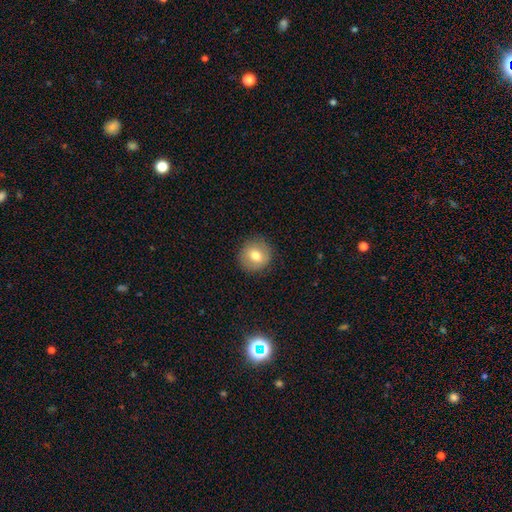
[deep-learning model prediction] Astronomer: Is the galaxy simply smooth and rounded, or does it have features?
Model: smooth — 74%.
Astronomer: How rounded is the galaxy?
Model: round — 90%.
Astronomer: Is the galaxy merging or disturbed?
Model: none — 89%.